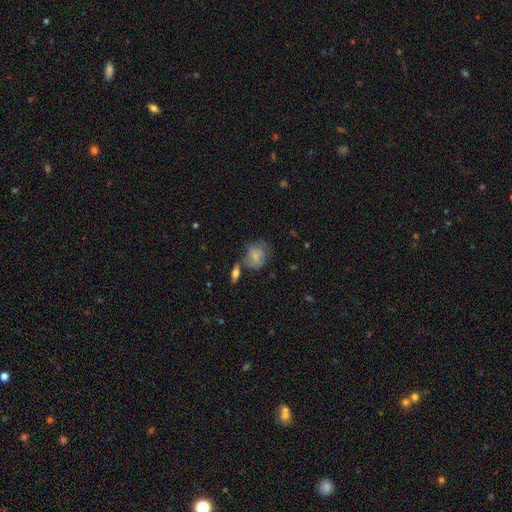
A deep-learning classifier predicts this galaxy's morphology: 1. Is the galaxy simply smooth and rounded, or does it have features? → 56% smooth, 35% featured or disk, 8% star or artifact.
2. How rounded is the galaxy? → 54% round, 44% in between, 2% cigar-shaped.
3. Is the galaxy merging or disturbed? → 50% none, 25% minor disturbance, 14% major disturbance, 11% merger.